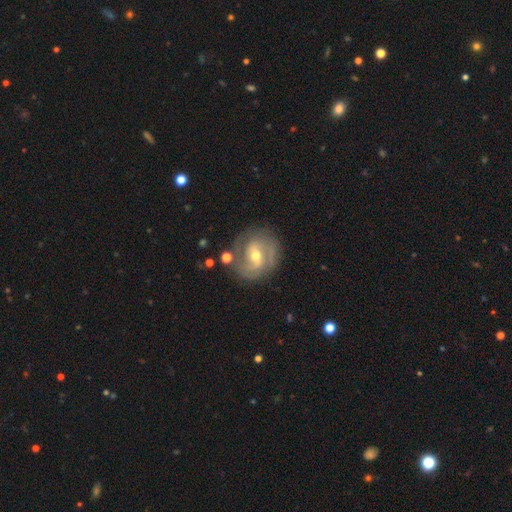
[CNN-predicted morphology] The model was most divided on "spiral winding": medium: 45%, tight: 40%, loose: 16%. Remaining: edge-on disk — no (97%); spiral arms — yes (91%); smooth or featured — featured or disk (81%); merging — none (71%); spiral arm count — 2 (66%); bulge size — moderate (63%); bar — weak (49%).